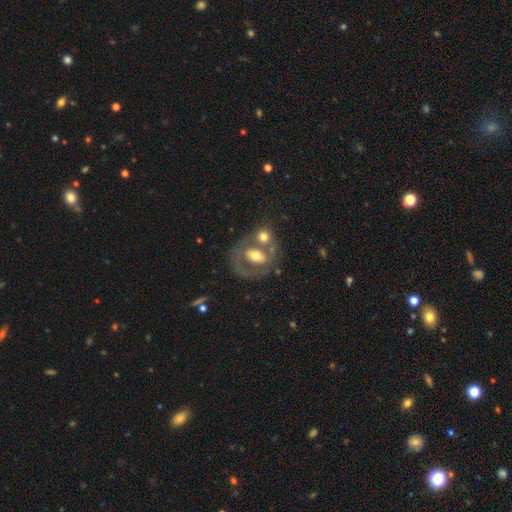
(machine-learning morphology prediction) Overall: featured or disk (56%; smooth 36%). Edge-on disk: no (94%). Bar: no (56%; weak 27%). Spiral arms: no (71%). Bulge size: moderate (66%). Merging: none (40%; merger 36%).